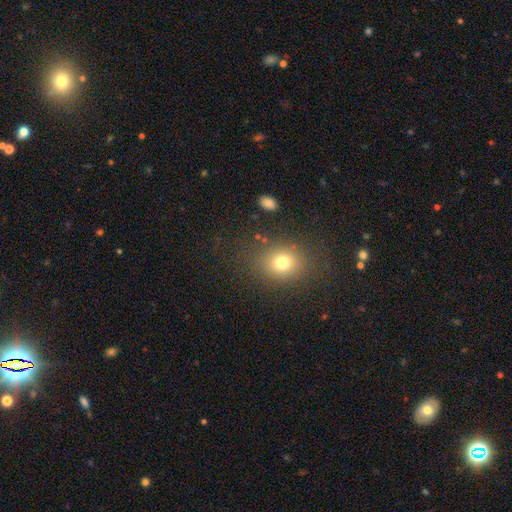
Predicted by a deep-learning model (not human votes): Smooth or featured? Predicted: smooth (p=0.63). How rounded? Predicted: round (p=0.57). Merging? Predicted: none (p=0.84).